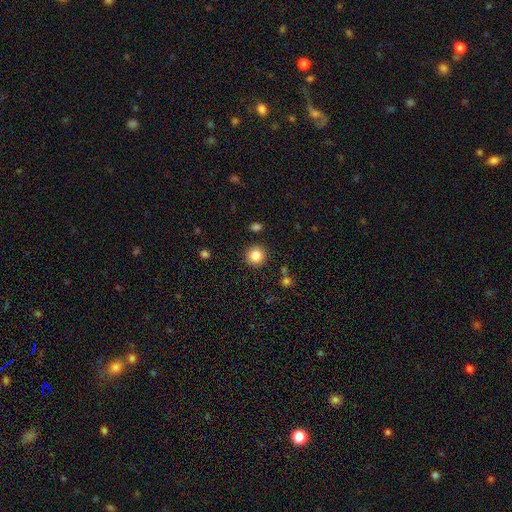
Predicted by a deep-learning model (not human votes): smooth 84%, star or artifact 11%, featured or disk 5%. Down the decision tree: how rounded — round (94%); merging — none (90%).